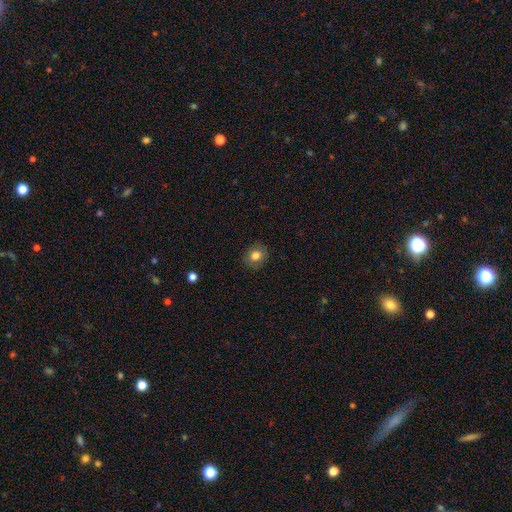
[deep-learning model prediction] A smooth galaxy with no disk features (78%) that is round (68%).

Vote fractions:
- Smooth or featured? smooth: 78% / featured or disk: 12% / star or artifact: 10%
- How rounded? round: 68% / in between: 31% / cigar-shaped: 1%
- Merging? none: 86% / minor disturbance: 10% / major disturbance: 3% / merger: 1%